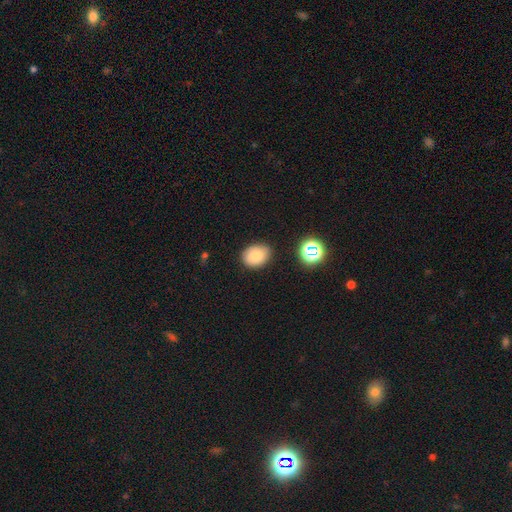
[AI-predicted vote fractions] Smooth or featured?
  - smooth: 80% *
  - star or artifact: 11%
  - featured or disk: 9%
How rounded?
  - in between: 63% *
  - round: 36%
  - cigar-shaped: 1%
Merging?
  - none: 81% *
  - minor disturbance: 14%
  - major disturbance: 3%
  - merger: 2%